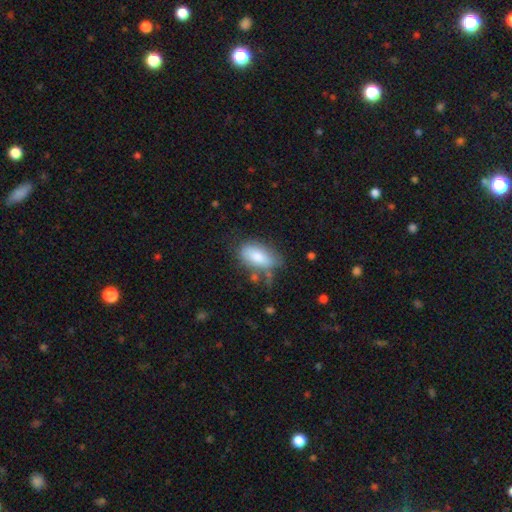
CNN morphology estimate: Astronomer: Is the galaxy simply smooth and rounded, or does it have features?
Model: smooth — 79%.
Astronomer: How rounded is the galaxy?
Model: in between — 90%.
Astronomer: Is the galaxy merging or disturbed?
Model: none — 58%.